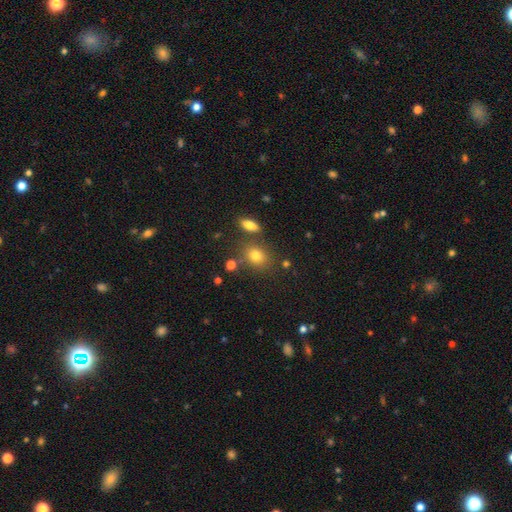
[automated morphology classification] A smooth galaxy with no disk features (76%) that is round (54%).

Vote fractions:
- Smooth or featured? smooth: 76% / star or artifact: 14% / featured or disk: 9%
- How rounded? round: 54% / in between: 44% / cigar-shaped: 2%
- Merging? none: 73% / minor disturbance: 12% / merger: 11% / major disturbance: 4%